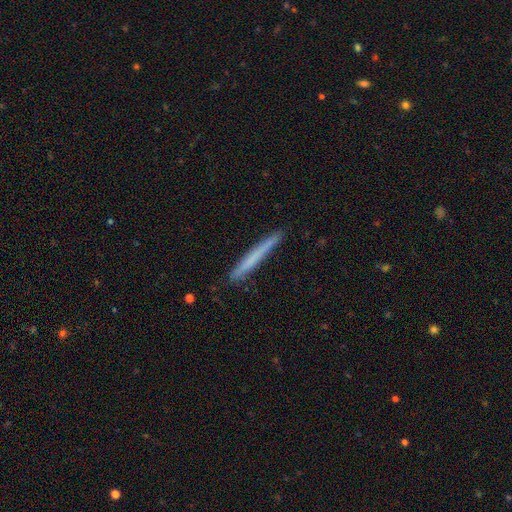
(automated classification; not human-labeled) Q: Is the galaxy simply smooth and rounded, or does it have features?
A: smooth — 61%.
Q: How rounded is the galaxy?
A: cigar-shaped — 97%.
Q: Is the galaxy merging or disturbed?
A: none — 88%.